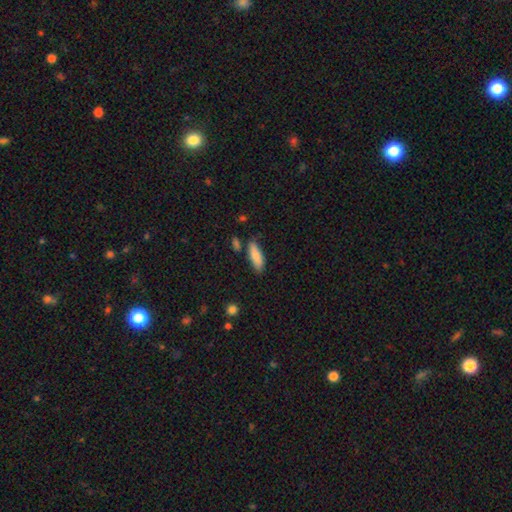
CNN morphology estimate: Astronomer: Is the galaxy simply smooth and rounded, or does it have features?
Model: smooth — 85%.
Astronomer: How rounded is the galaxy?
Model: in between — 57% (runner-up: cigar-shaped, 41%).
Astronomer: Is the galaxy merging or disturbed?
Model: none — 74%.